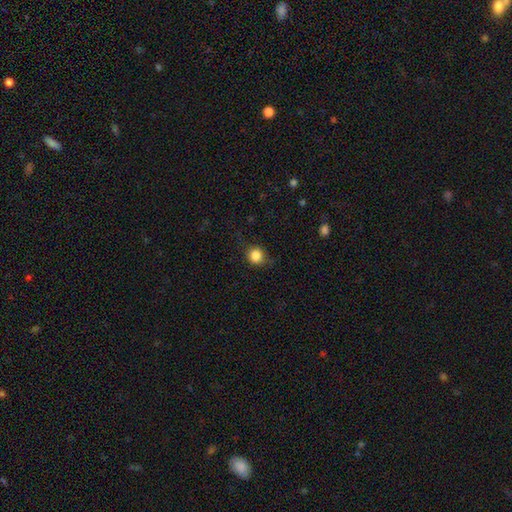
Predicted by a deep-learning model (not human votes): A smooth galaxy with no disk features (84%) that is round (90%).

Vote fractions:
- Smooth or featured? smooth: 84% / star or artifact: 10% / featured or disk: 5%
- How rounded? round: 90% / in between: 9% / cigar-shaped: 1%
- Merging? none: 79% / minor disturbance: 16% / major disturbance: 5% / merger: 1%